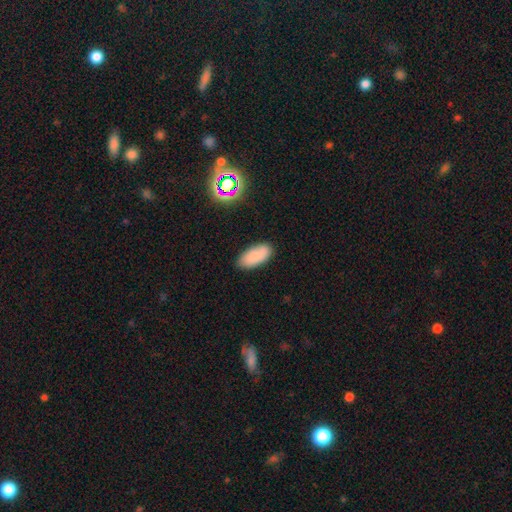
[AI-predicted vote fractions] Morphology: type=smooth (83%); roundness=in between (89%); merging=none (82%).